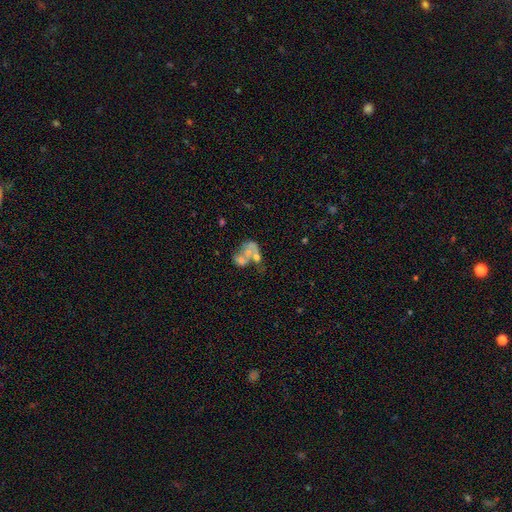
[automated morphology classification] A featured or disk galaxy (49%).

Vote fractions:
- Smooth or featured? featured or disk: 49% / smooth: 35% / star or artifact: 16%
- Merging? merger: 53% / none: 19% / major disturbance: 18% / minor disturbance: 10%